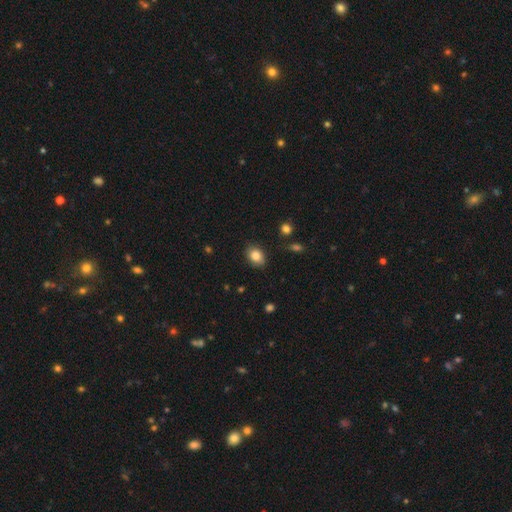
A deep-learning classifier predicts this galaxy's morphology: smooth 83%, star or artifact 9%, featured or disk 8%. Down the decision tree: how rounded — in between (65%); merging — none (84%).